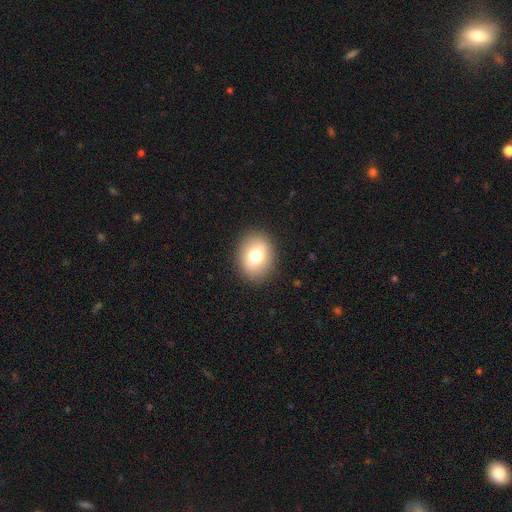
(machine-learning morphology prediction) smooth-or-featured: smooth: 73% | featured or disk: 17% | star or artifact: 10%
  how-rounded: in between: 53% | round: 46% | cigar-shaped: 1%
  merging: none: 90% | minor disturbance: 7% | major disturbance: 2% | merger: 1%